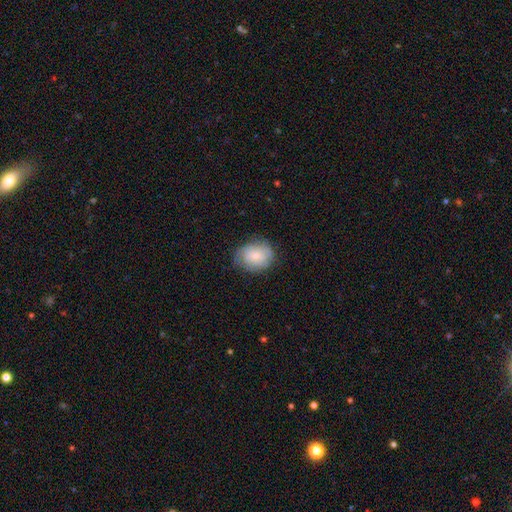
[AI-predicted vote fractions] Morphology: type=smooth (63%); roundness=in between (52%); merging=none (71%).